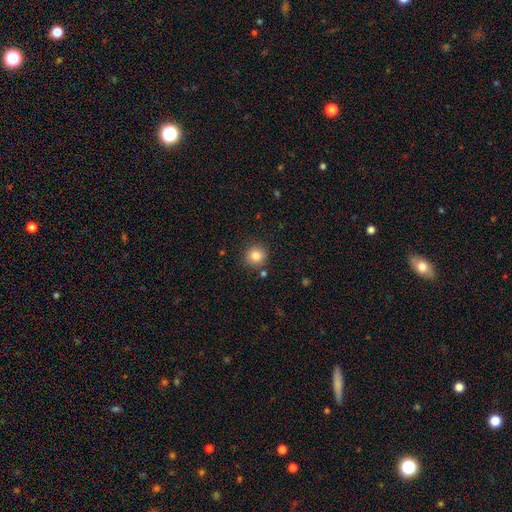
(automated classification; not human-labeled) A smooth galaxy with no disk features (83%) that is round (93%).

Vote fractions:
- Smooth or featured? smooth: 83% / star or artifact: 11% / featured or disk: 6%
- How rounded? round: 93% / in between: 6% / cigar-shaped: 1%
- Merging? none: 87% / minor disturbance: 8% / merger: 4% / major disturbance: 2%